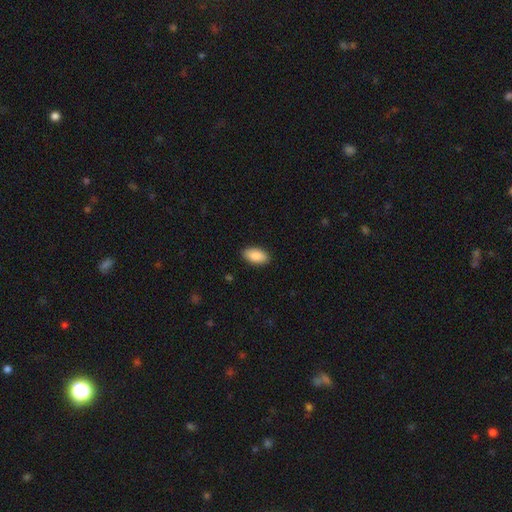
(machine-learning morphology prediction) smooth 89%, star or artifact 6%, featured or disk 5%. Down the decision tree: how rounded — in between (95%); merging — none (89%).